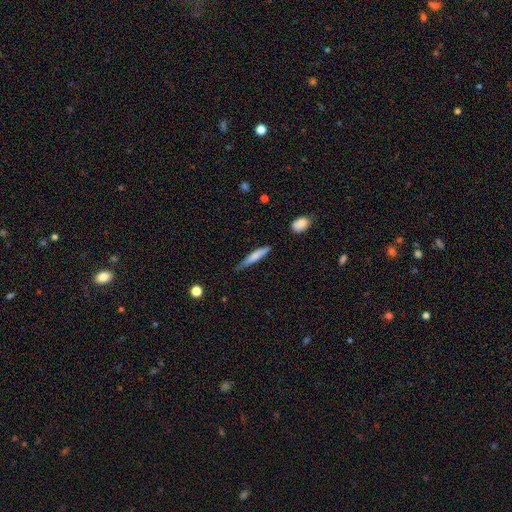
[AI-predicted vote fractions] Smooth or featured? smooth (70%)
How rounded? cigar-shaped (91%)
Merging? none (68%)